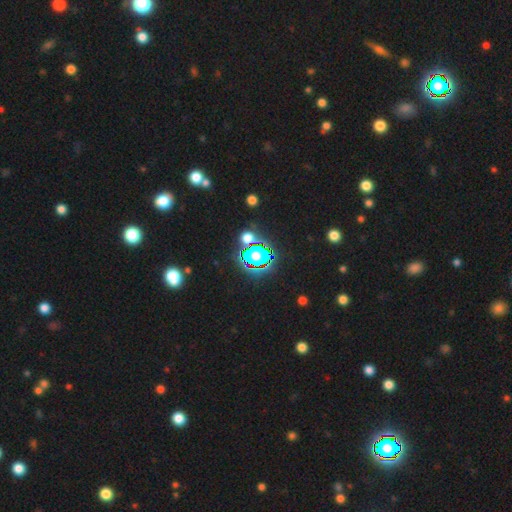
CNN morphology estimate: Smooth or featured?
  - star or artifact: 62% *
  - smooth: 25%
  - featured or disk: 13%